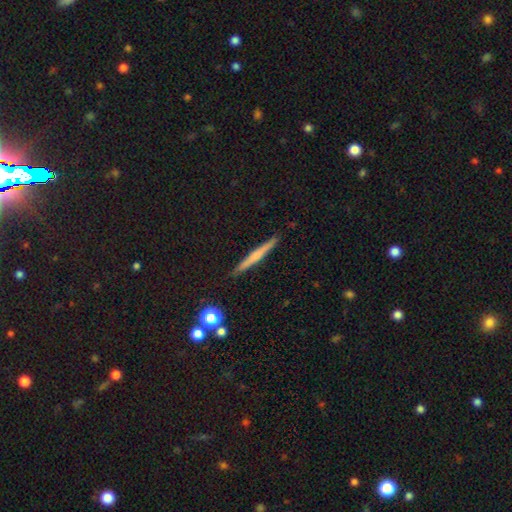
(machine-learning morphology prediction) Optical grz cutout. It shows a smooth galaxy with no disk features (48%). Merging: none (91%).